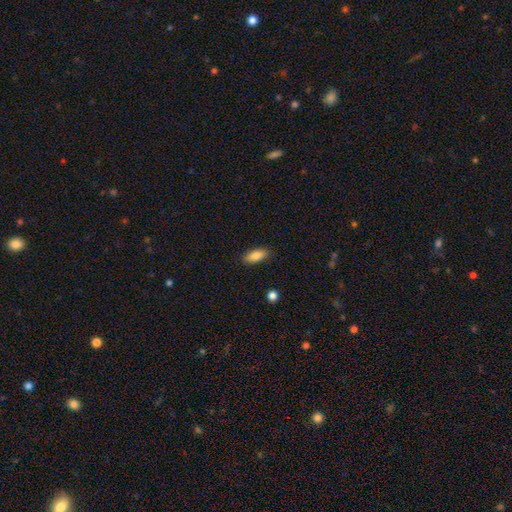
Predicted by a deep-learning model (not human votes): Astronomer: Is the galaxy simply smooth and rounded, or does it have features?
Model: smooth — 85%.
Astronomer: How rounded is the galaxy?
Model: in between — 81%.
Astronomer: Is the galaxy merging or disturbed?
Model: none — 87%.